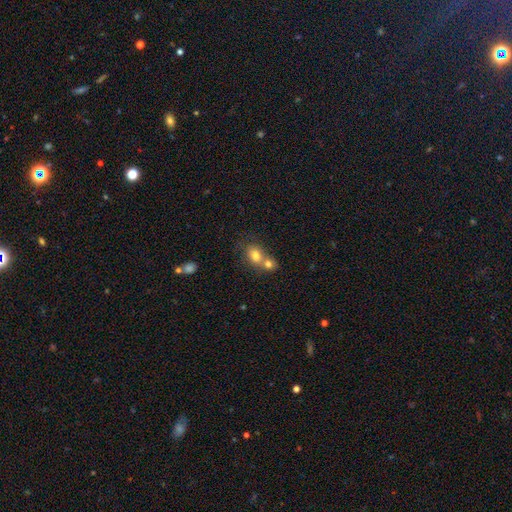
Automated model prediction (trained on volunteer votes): Smooth or featured?
  - smooth: 76% *
  - featured or disk: 14%
  - star or artifact: 10%
How rounded?
  - in between: 54% *
  - round: 45%
  - cigar-shaped: 1%
Merging?
  - merger: 62% *
  - none: 28%
  - minor disturbance: 7%
  - major disturbance: 3%